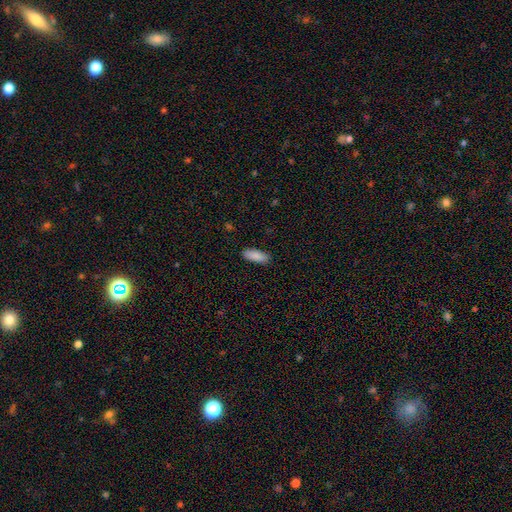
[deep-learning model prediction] A smooth galaxy with no disk features (88%) that is in between round and cigar-shaped (76%).

Vote fractions:
- Smooth or featured? smooth: 88% / star or artifact: 6% / featured or disk: 6%
- How rounded? in between: 76% / cigar-shaped: 22% / round: 2%
- Merging? none: 89% / minor disturbance: 8% / major disturbance: 2% / merger: 1%